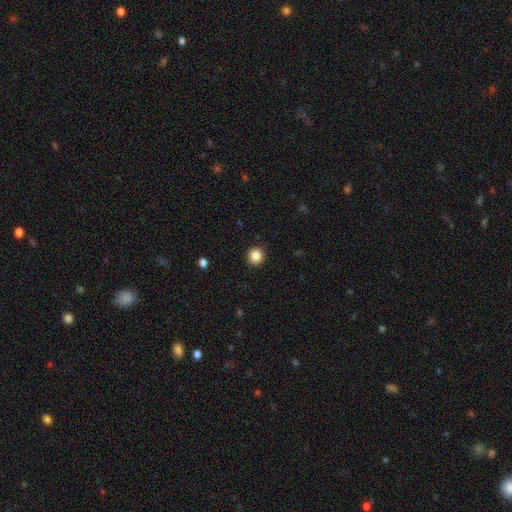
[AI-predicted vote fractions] A smooth galaxy with no disk features (86%) that is round (93%).

Vote fractions:
- Smooth or featured? smooth: 86% / star or artifact: 10% / featured or disk: 4%
- How rounded? round: 93% / in between: 6% / cigar-shaped: 1%
- Merging? none: 91% / minor disturbance: 6% / major disturbance: 2% / merger: 1%